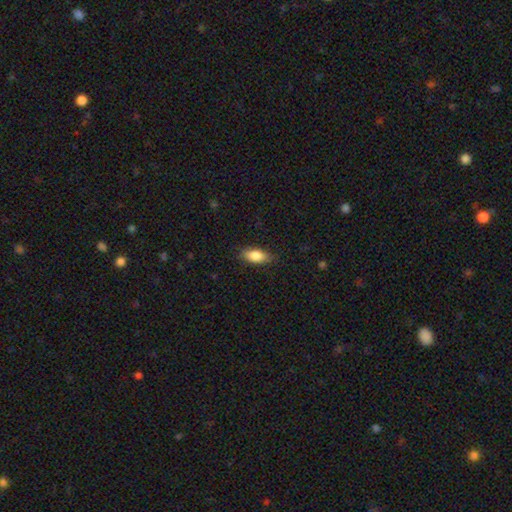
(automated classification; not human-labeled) Overall: smooth (82%). How rounded: in between (83%). Merging: none (82%).